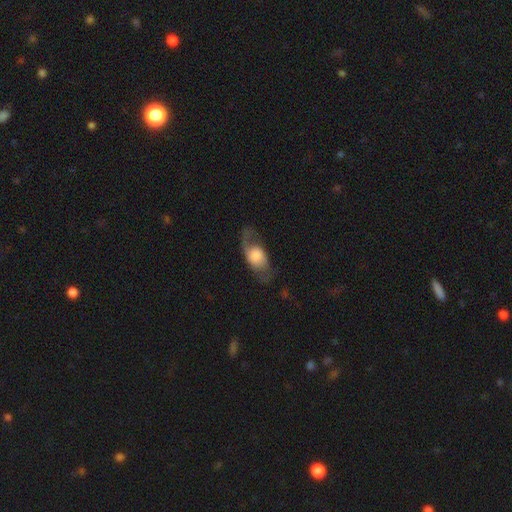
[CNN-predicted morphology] Overall: featured or disk (48%; smooth 45%). Merging: none (51%; major disturbance 24%).